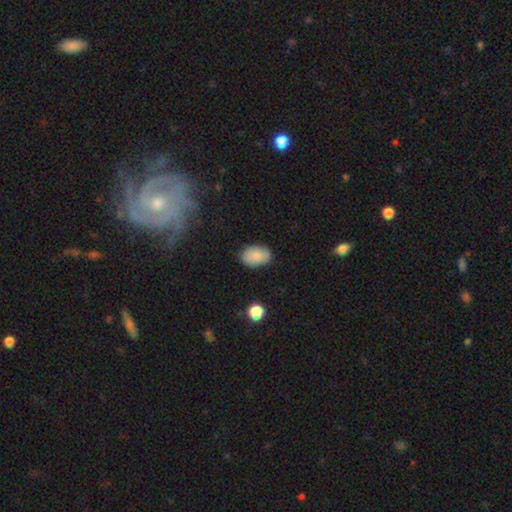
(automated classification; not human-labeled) Morphology: type=smooth (83%); roundness=in between (85%); merging=none (80%).